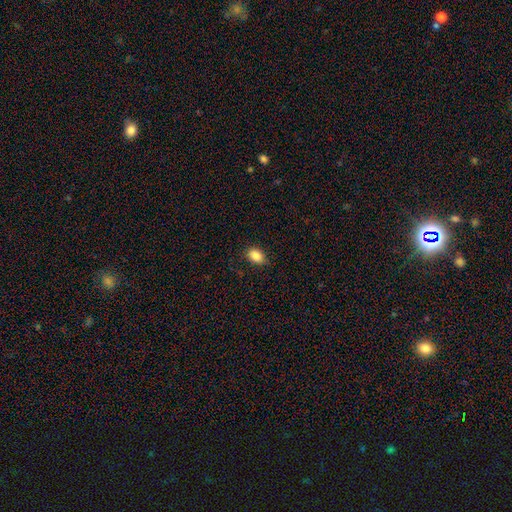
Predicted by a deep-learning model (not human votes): Smooth or featured? Predicted: smooth (p=0.87). How rounded? Predicted: in between (p=0.85). Merging? Predicted: none (p=0.86).